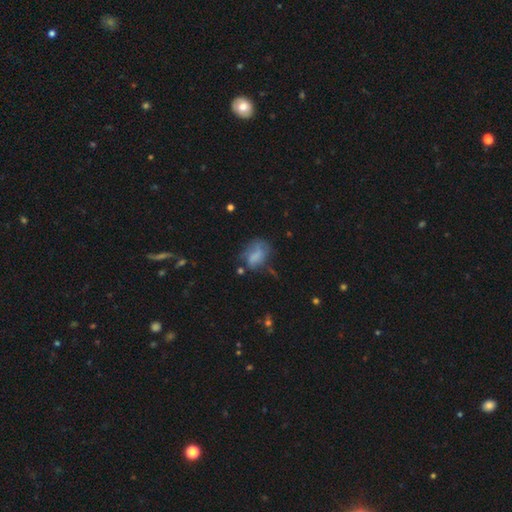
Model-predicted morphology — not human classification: type=smooth (62%); roundness=in between (76%); merging=none (36%).